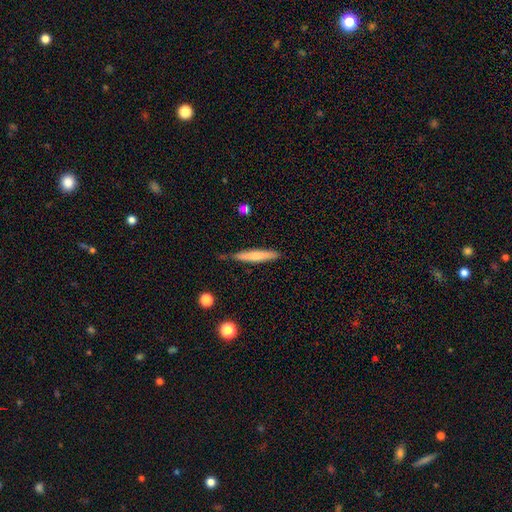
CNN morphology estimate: type=smooth (67%); roundness=cigar-shaped (93%); merging=none (75%).